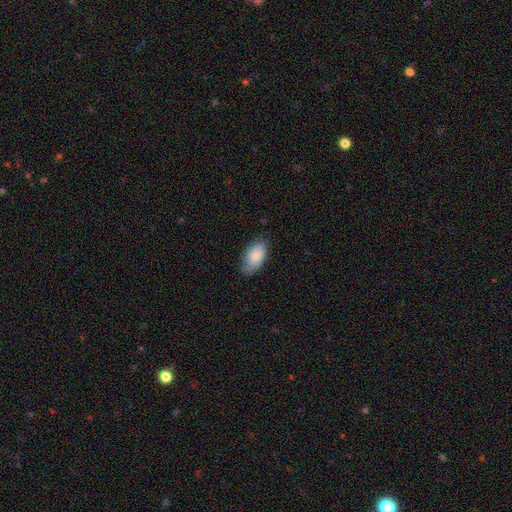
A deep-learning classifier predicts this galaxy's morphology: Smooth or featured? smooth (86%)
How rounded? in between (95%)
Merging? none (76%)